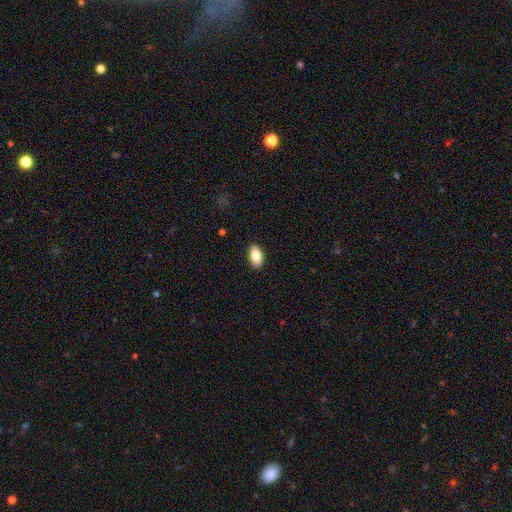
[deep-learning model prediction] smooth 84%, featured or disk 9%, star or artifact 7%. Down the decision tree: how rounded — in between (92%); merging — none (88%).